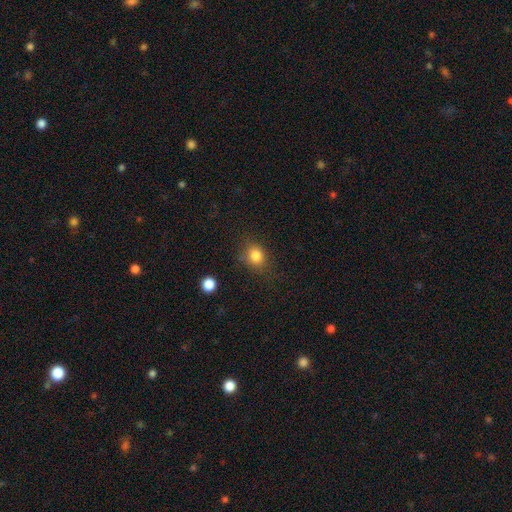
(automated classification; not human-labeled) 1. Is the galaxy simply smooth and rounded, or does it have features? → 82% smooth, 11% star or artifact, 6% featured or disk.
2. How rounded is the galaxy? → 59% round, 39% in between, 1% cigar-shaped.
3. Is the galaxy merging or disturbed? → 76% none, 16% minor disturbance, 6% major disturbance, 2% merger.